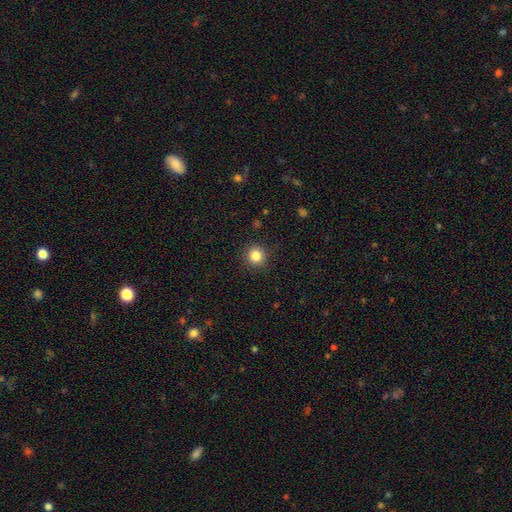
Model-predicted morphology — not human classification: Overall: smooth (84%). How rounded: round (93%). Merging: none (91%).